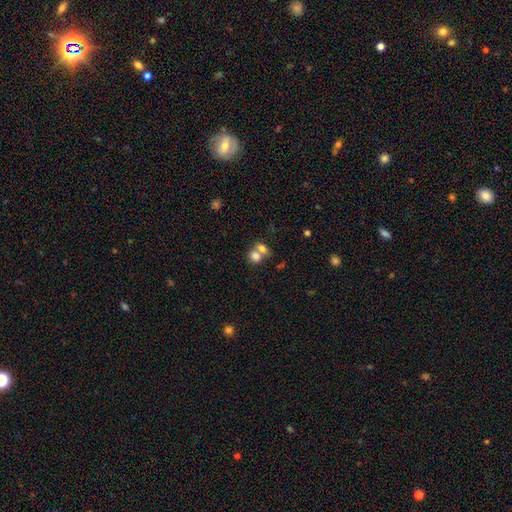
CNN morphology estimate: This is likely a smooth galaxy (77%). How rounded: possibly in between (53%). Merging: likely merger (61%).